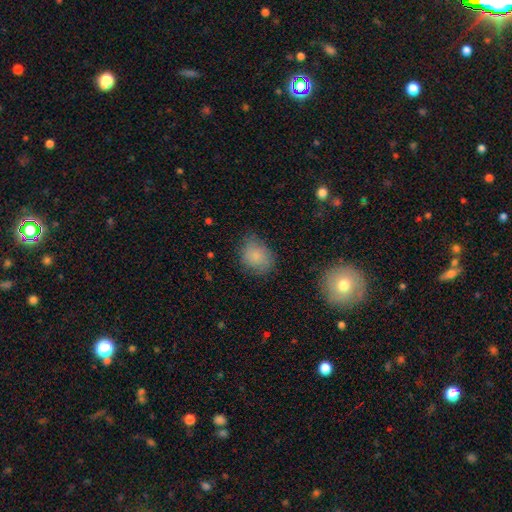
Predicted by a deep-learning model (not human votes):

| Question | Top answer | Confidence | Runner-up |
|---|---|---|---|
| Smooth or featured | smooth | 80% | featured or disk (10%) |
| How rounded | round | 54% | in between (45%) |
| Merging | none | 70% | minor disturbance (22%) |